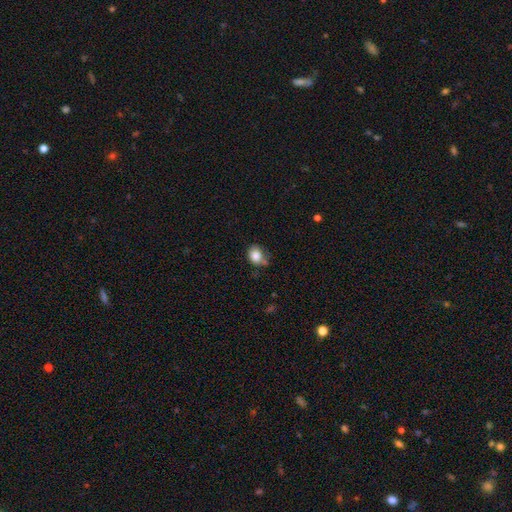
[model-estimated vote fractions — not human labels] This appears to be a smooth galaxy with no disk features (83%) that is round (50%). Merging: none (53%).